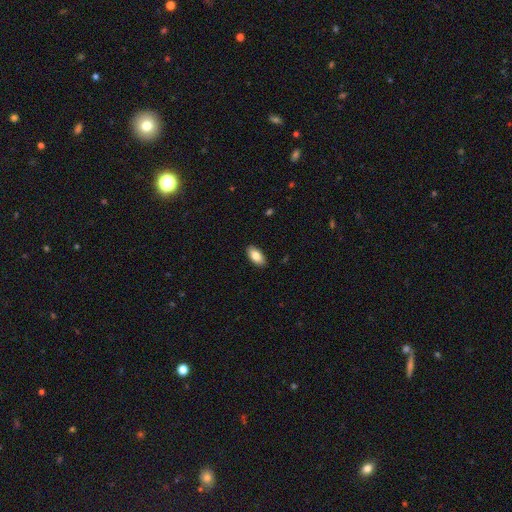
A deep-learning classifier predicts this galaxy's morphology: This is clearly a smooth galaxy (84%). How rounded: clearly in between (93%). Merging: clearly none (89%).